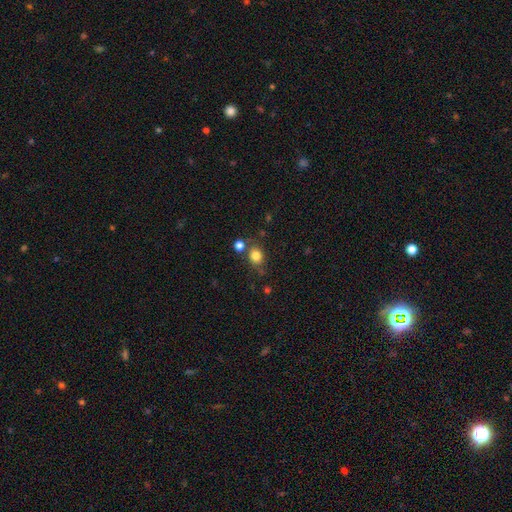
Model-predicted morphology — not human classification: smooth-or-featured: smooth: 80% | star or artifact: 12% | featured or disk: 8%
  how-rounded: round: 66% | in between: 33% | cigar-shaped: 1%
  merging: none: 67% | merger: 15% | minor disturbance: 13% | major disturbance: 5%